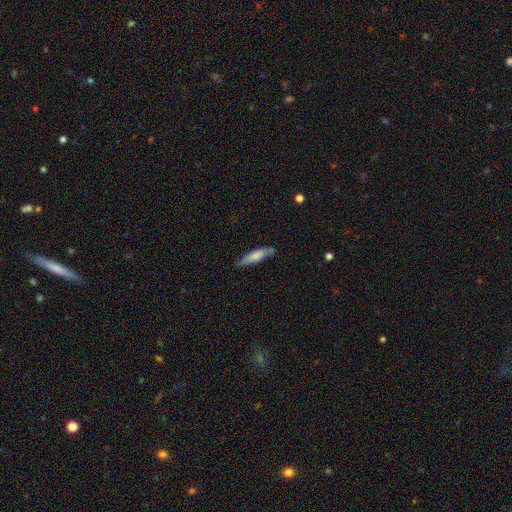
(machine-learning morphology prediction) Smooth or featured? Predicted: smooth (p=0.64). How rounded? Predicted: cigar-shaped (p=0.76). Merging? Predicted: none (p=0.72).